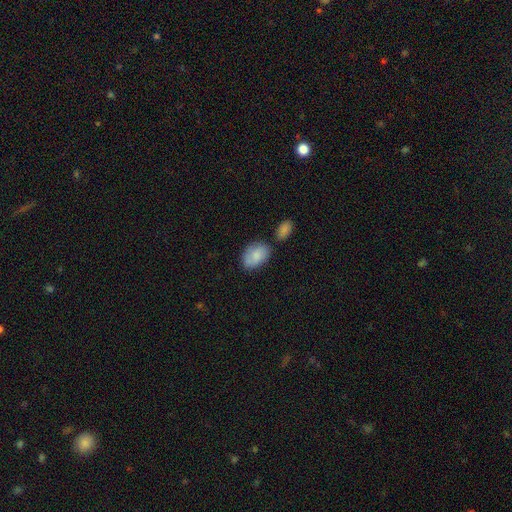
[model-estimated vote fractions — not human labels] Smooth or featured? smooth (83%)
How rounded? in between (87%)
Merging? none (60%)